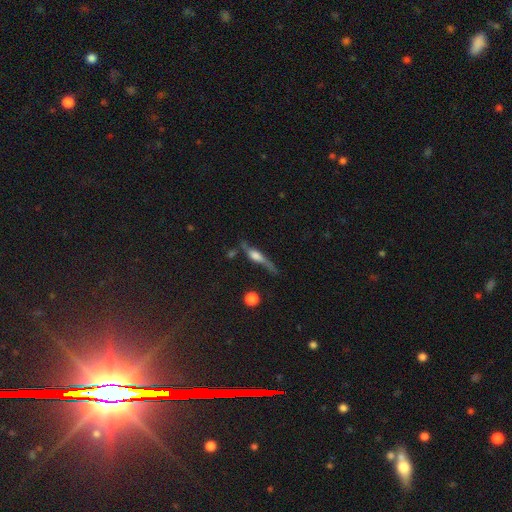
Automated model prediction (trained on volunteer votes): Morphology: type=featured or disk (62%); edge-on=yes (85%); edge-on bulge=rounded (71%); merging=none (52%).